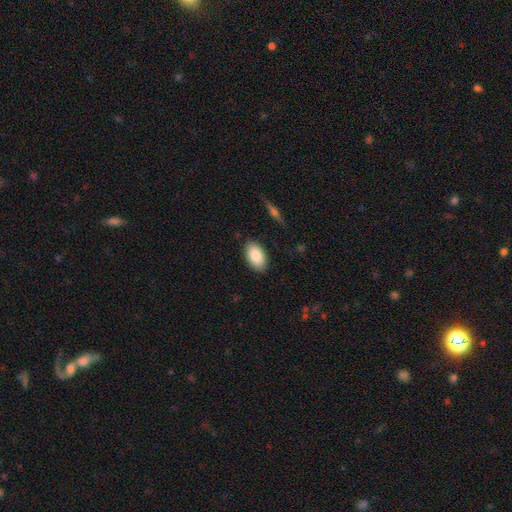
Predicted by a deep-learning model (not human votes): Smooth or featured: smooth — 86% (featured or disk — 7%)
How rounded: in between — 94% (round — 4%)
Merging: none — 87% (minor disturbance — 10%)